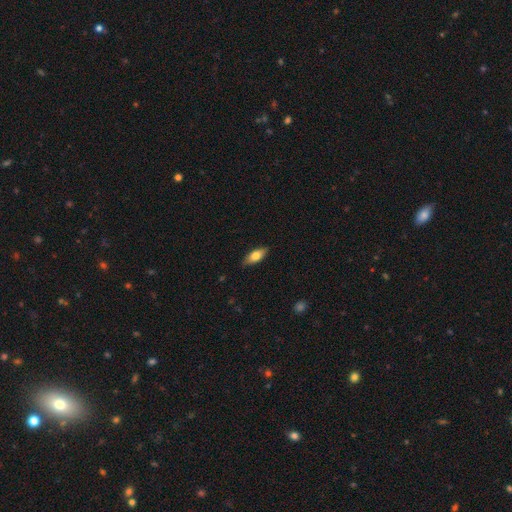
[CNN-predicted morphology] Smooth or featured?
  - smooth: 69% *
  - featured or disk: 24%
  - star or artifact: 6%
How rounded?
  - in between: 76% *
  - cigar-shaped: 21%
  - round: 3%
Merging?
  - none: 85% *
  - minor disturbance: 12%
  - major disturbance: 2%
  - merger: 1%